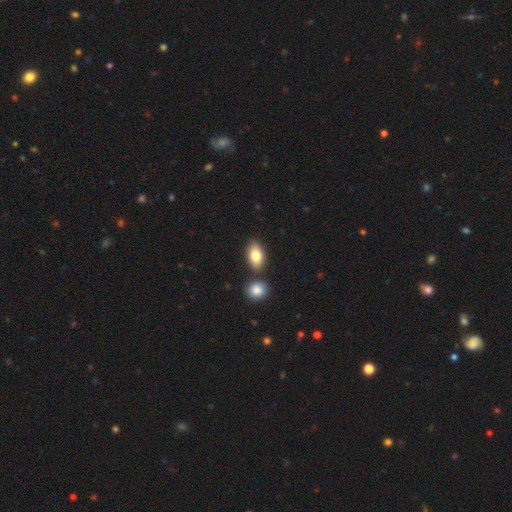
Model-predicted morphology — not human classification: Smooth or featured? Predicted: smooth (p=0.82). How rounded? Predicted: in between (p=0.90). Merging? Predicted: none (p=0.73).